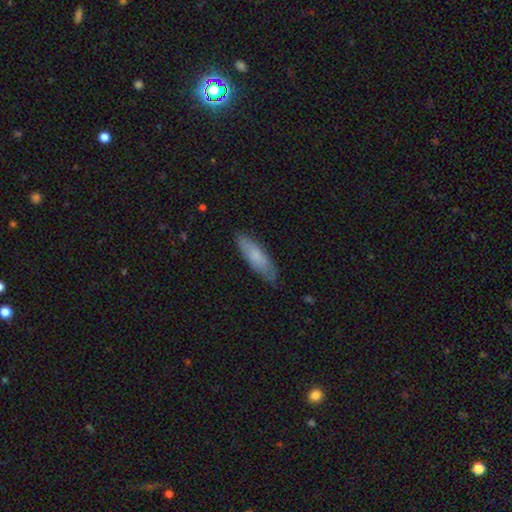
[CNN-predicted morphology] Smooth or featured? smooth (73%)
How rounded? cigar-shaped (60%)
Merging? none (82%)